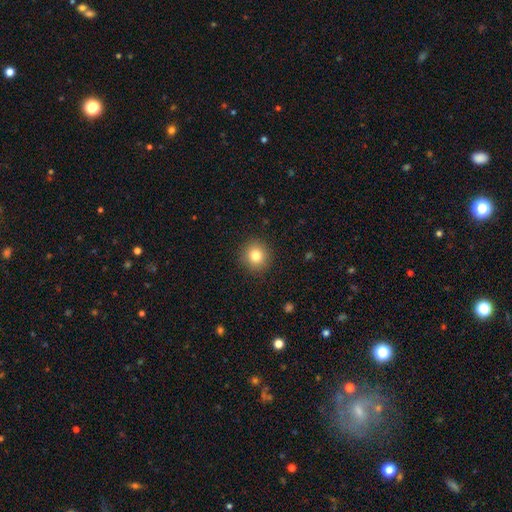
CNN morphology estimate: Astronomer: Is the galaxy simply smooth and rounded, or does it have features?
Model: smooth — 81%.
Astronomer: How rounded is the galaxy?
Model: round — 91%.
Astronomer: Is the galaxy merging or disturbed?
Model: none — 91%.